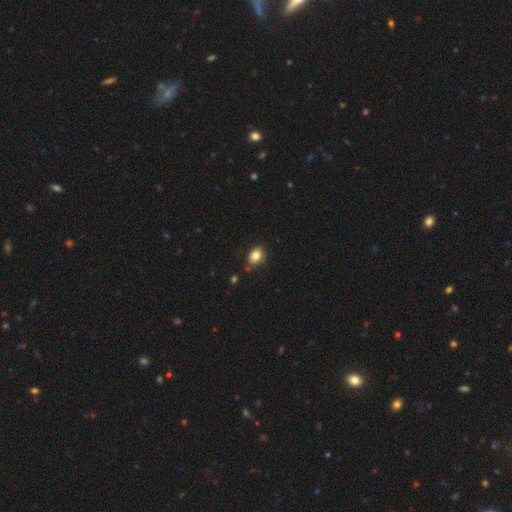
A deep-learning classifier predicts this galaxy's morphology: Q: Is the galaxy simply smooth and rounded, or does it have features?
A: smooth — 82%.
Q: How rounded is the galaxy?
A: in between — 68%.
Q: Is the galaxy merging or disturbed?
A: none — 77%.